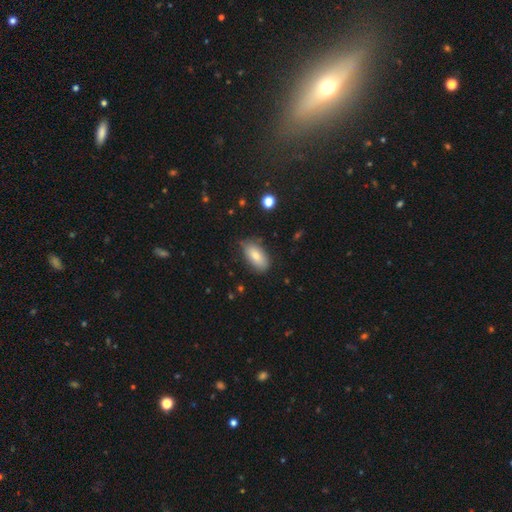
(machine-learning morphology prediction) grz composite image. It shows a smooth galaxy with no disk features (76%) that is in between round and cigar-shaped (92%). Merging: none (75%).